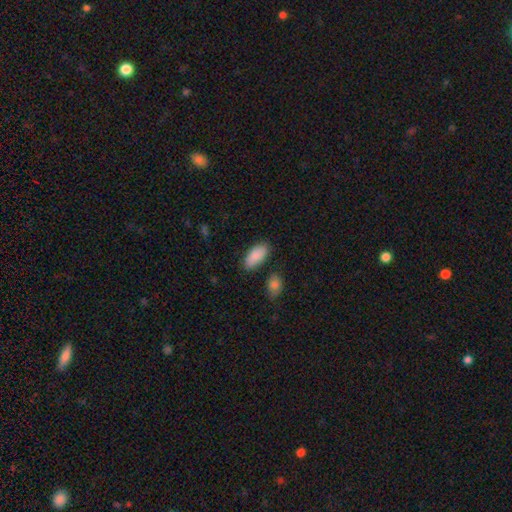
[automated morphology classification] This appears to be a smooth galaxy with no disk features (89%) that is in between round and cigar-shaped (92%). Merging: none (80%).